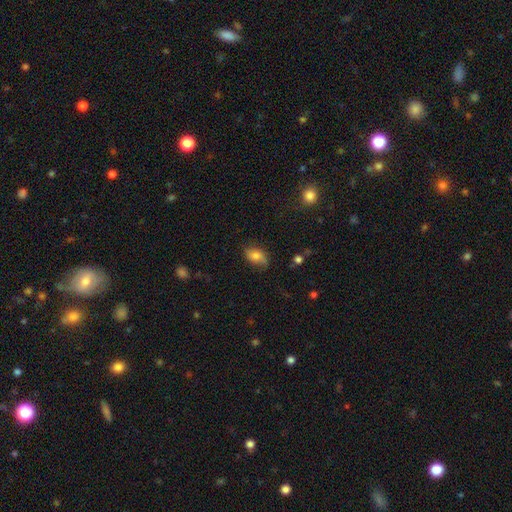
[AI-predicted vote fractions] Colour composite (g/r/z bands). It shows a smooth galaxy with no disk features (71%) that is in between round and cigar-shaped (88%). Merging: none (62%).